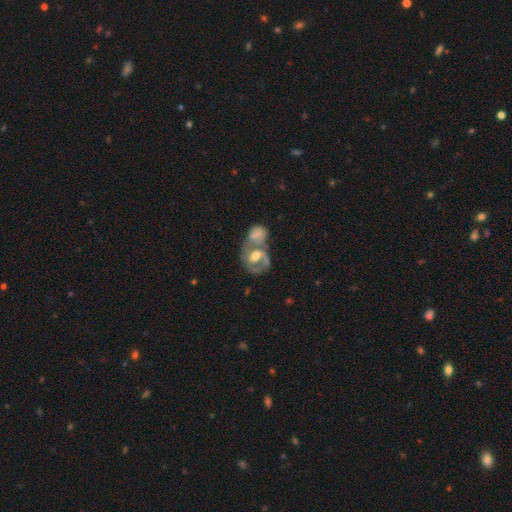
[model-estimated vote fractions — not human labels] This is likely a featured or disk galaxy (68%). It is clearly not viewed edge-on (97%). Bar: marginally no (44%). Spiral arm pattern: likely yes (69%). Central bulge: likely moderate (67%). Merging: possibly merger (53%).